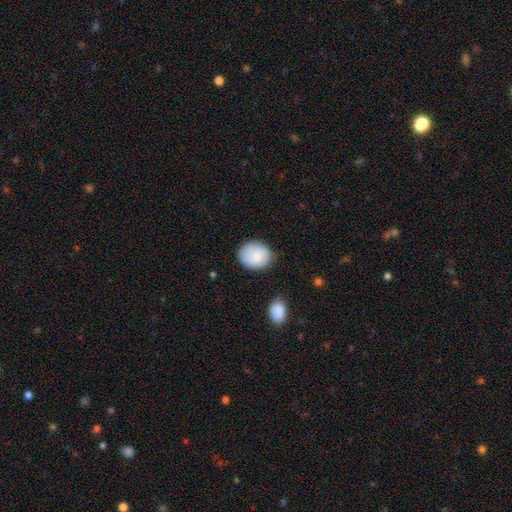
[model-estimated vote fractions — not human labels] Smooth or featured: smooth — 82% (featured or disk — 11%)
How rounded: round — 62% (in between — 37%)
Merging: none — 78% (minor disturbance — 16%)